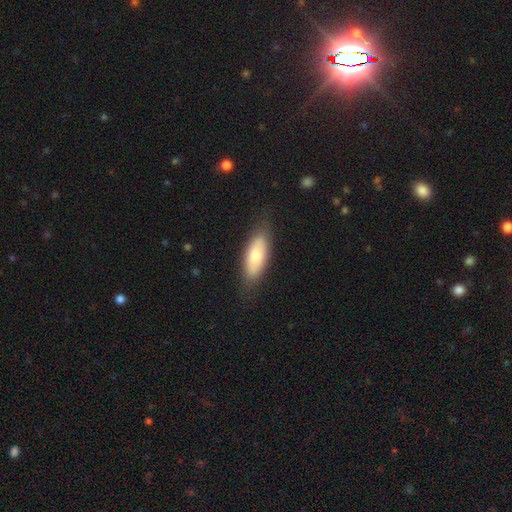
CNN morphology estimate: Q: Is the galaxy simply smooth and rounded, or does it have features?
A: smooth — 72%.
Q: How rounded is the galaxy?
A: in between — 77%.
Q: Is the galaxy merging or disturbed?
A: none — 78%.